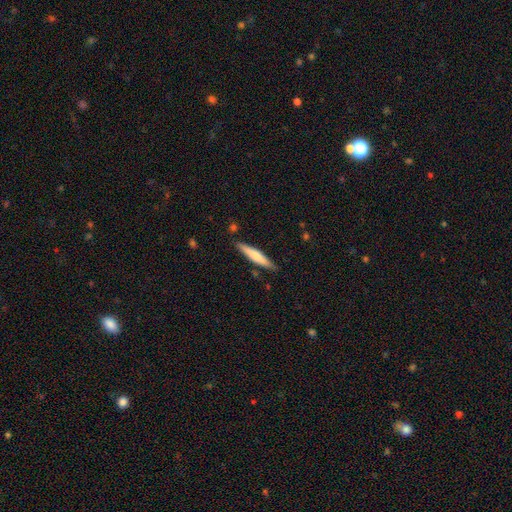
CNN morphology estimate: Q: Smooth or featured?
A: smooth (63%); runner-up: featured or disk (31%)
Q: How rounded?
A: cigar-shaped (90%); runner-up: in between (9%)
Q: Merging?
A: none (86%); runner-up: minor disturbance (11%)